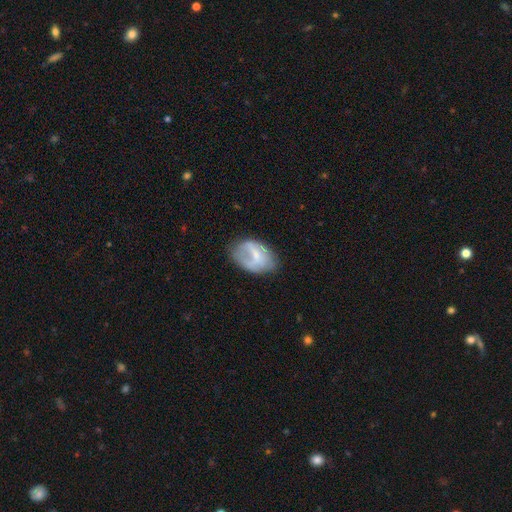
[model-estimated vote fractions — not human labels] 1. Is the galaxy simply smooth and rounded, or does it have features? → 51% smooth, 42% featured or disk, 7% star or artifact.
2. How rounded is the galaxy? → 86% in between, 13% round, 2% cigar-shaped.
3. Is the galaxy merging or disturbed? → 50% none, 30% minor disturbance, 17% major disturbance, 2% merger.